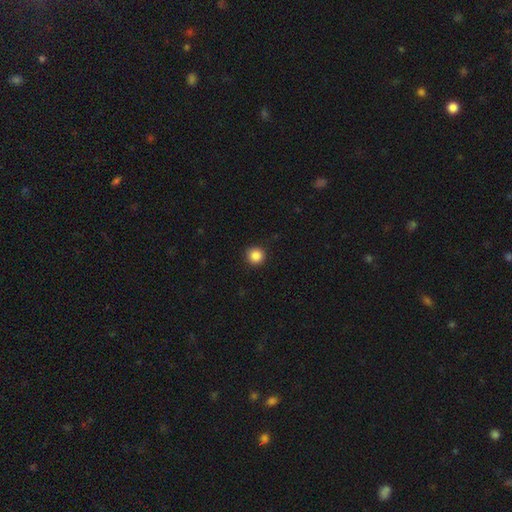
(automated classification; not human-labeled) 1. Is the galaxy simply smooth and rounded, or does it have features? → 87% smooth, 10% star or artifact, 3% featured or disk.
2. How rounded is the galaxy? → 95% round, 4% in between, 1% cigar-shaped.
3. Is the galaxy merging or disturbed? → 92% none, 5% minor disturbance, 2% major disturbance, 1% merger.